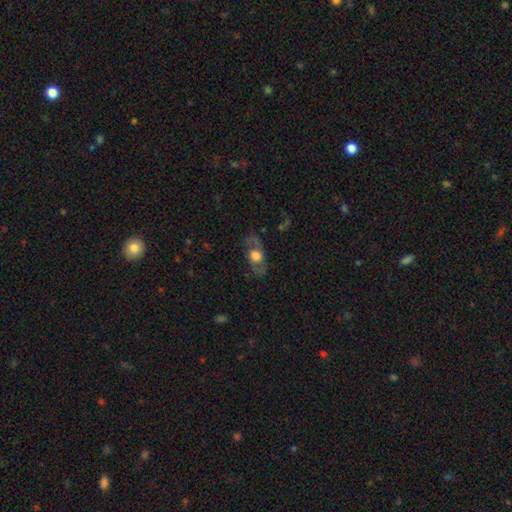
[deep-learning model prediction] This is possibly a featured or disk galaxy (52%). It is likely not viewed edge-on (72%). Merging: likely none (73%).